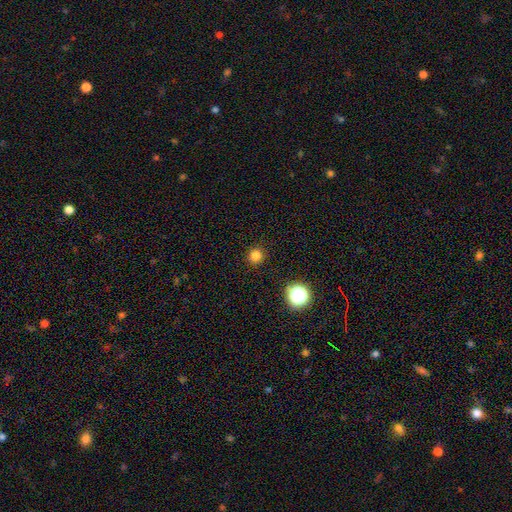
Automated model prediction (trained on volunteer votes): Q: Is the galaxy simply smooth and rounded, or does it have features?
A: smooth — 80%.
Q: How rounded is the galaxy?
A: round — 93%.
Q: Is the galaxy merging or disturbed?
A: none — 92%.